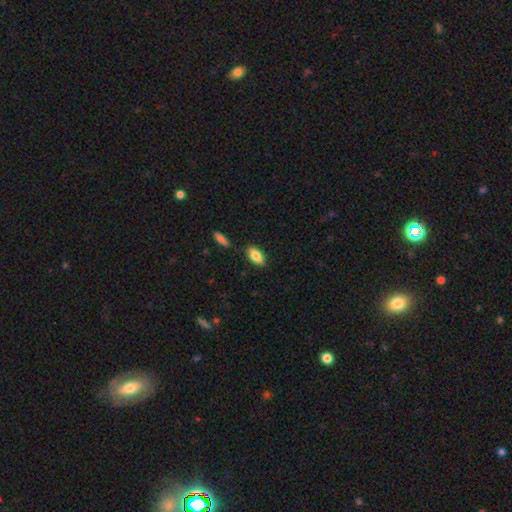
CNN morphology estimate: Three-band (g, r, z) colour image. It shows a smooth galaxy with no disk features (83%) that is in between round and cigar-shaped (89%). Merging: none (82%).